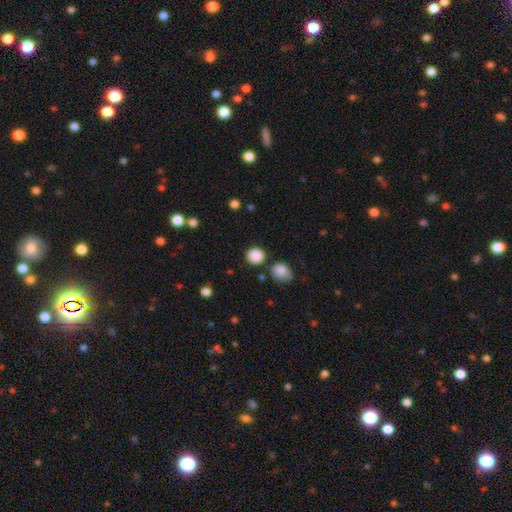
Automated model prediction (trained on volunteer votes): smooth-or-featured: smooth: 87% | star or artifact: 9% | featured or disk: 4%
  how-rounded: round: 89% | in between: 10% | cigar-shaped: 1%
  merging: none: 82% | minor disturbance: 9% | merger: 6% | major disturbance: 3%